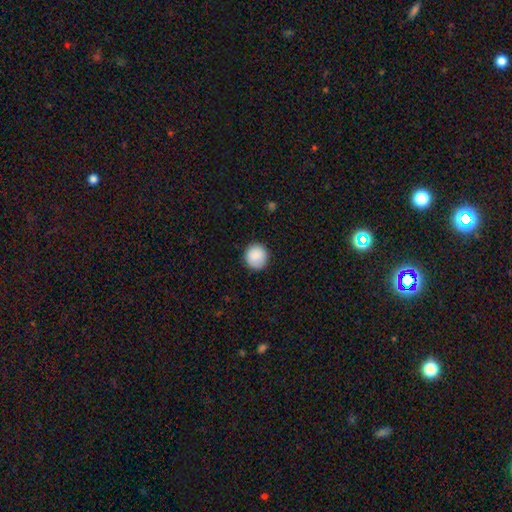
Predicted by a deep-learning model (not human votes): Q: Smooth or featured?
A: smooth (88%); runner-up: star or artifact (8%)
Q: How rounded?
A: round (93%); runner-up: in between (6%)
Q: Merging?
A: none (89%); runner-up: minor disturbance (8%)